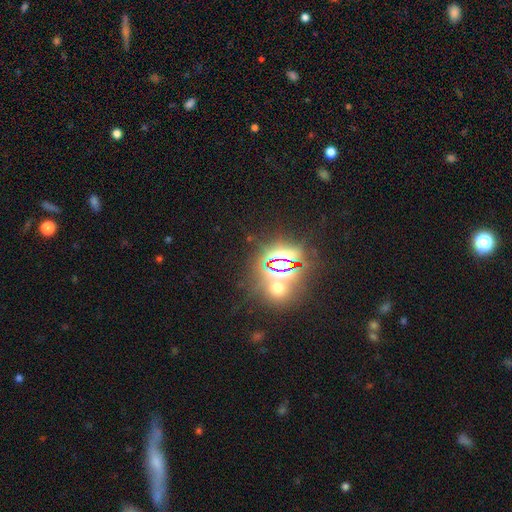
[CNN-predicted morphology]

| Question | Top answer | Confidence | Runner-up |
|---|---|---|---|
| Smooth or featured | star or artifact | 60% | smooth (25%) |